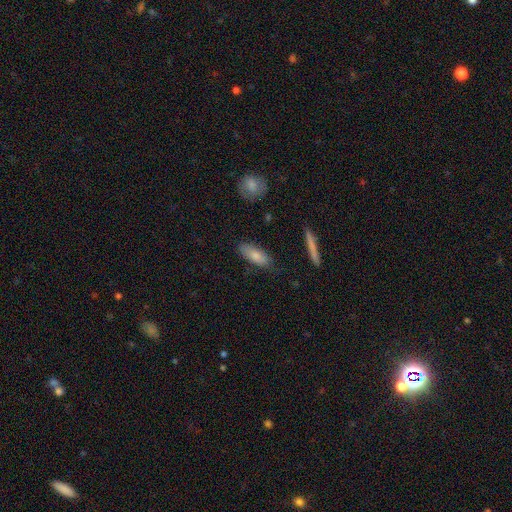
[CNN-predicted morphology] Q: Smooth or featured?
A: smooth (80%); runner-up: featured or disk (14%)
Q: How rounded?
A: in between (75%); runner-up: cigar-shaped (23%)
Q: Merging?
A: none (76%); runner-up: minor disturbance (18%)